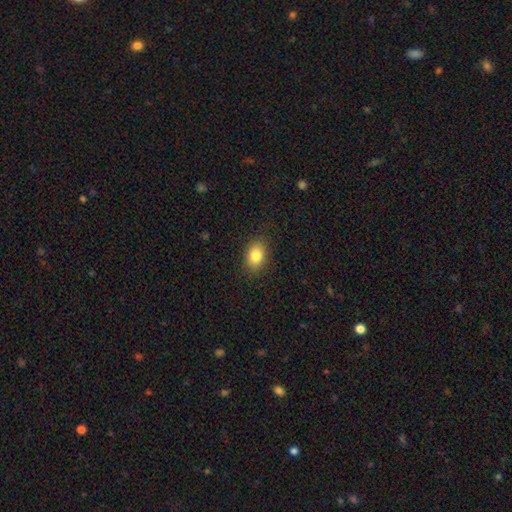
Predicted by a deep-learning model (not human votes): Q: Smooth or featured?
A: smooth (84%); runner-up: star or artifact (9%)
Q: How rounded?
A: in between (77%); runner-up: round (22%)
Q: Merging?
A: none (87%); runner-up: minor disturbance (10%)